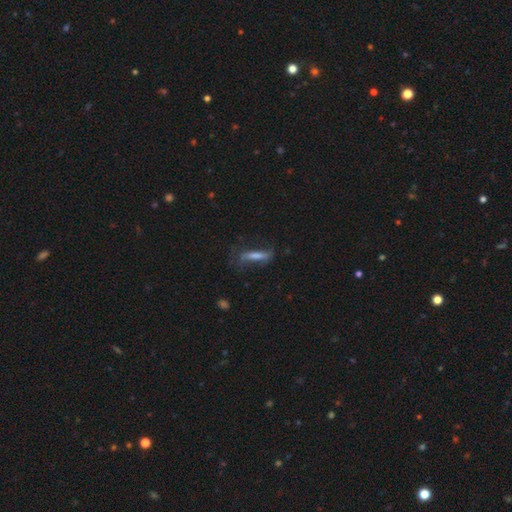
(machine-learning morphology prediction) type=smooth (45%); merging=none (58%).